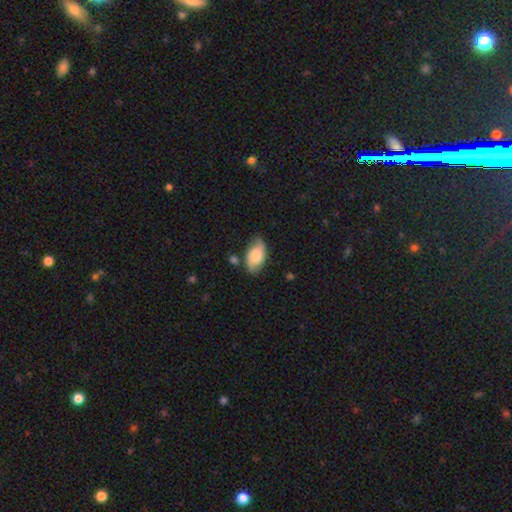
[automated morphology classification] The model was most divided on "merging": none: 70%, minor disturbance: 22%, major disturbance: 4%, merger: 4%. More confident: how rounded — in between (94%); smooth or featured — smooth (74%).